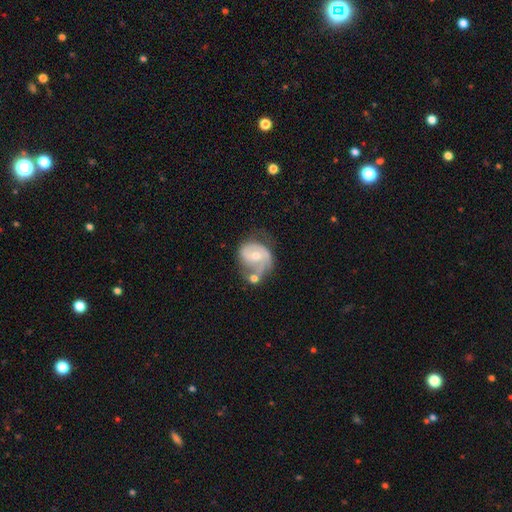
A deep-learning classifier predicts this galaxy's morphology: This appears to be a featured or disk galaxy (71%) with no bar (53%), 2 (59%) medium (44%) spiral arms (84%) and a moderate central bulge (53%). Merging: none (32%).